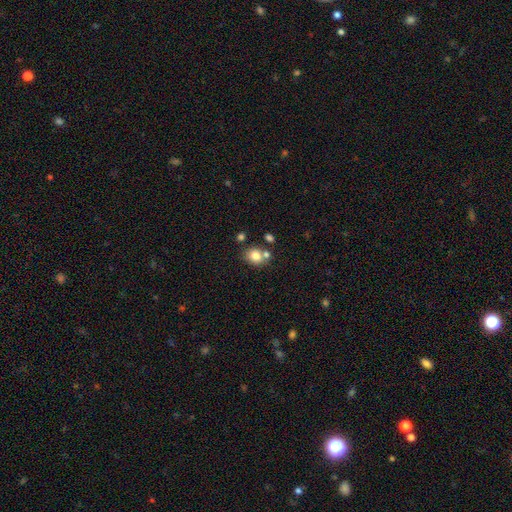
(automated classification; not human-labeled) A smooth galaxy with no disk features (79%) that is round (60%).

Vote fractions:
- Smooth or featured? smooth: 79% / star or artifact: 11% / featured or disk: 10%
- How rounded? round: 60% / in between: 39% / cigar-shaped: 1%
- Merging? none: 61% / merger: 24% / minor disturbance: 12% / major disturbance: 4%